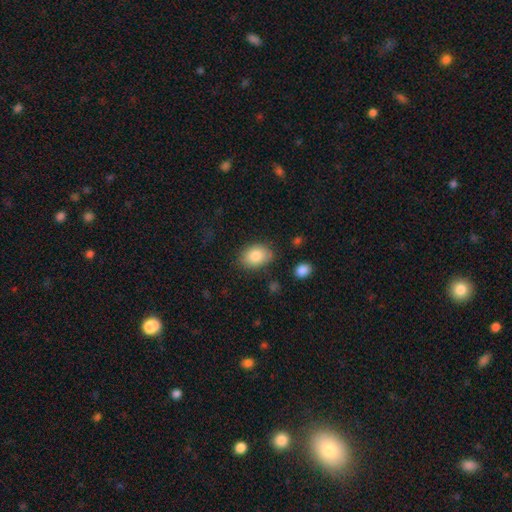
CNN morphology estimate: type=smooth (85%); roundness=in between (79%); merging=none (80%).